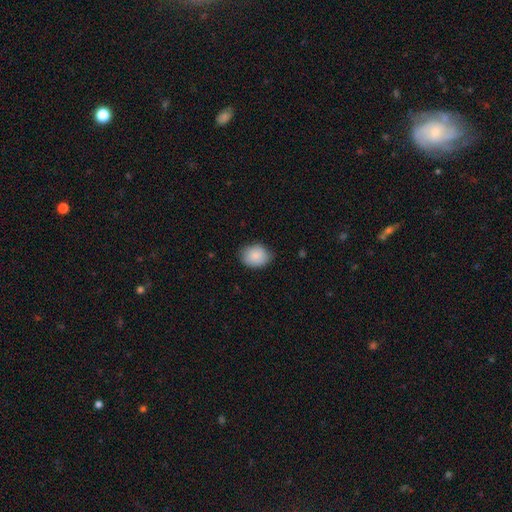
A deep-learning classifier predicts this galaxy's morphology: Q: Smooth or featured?
A: smooth (88%); runner-up: star or artifact (6%)
Q: How rounded?
A: in between (54%); runner-up: round (45%)
Q: Merging?
A: none (79%); runner-up: minor disturbance (17%)